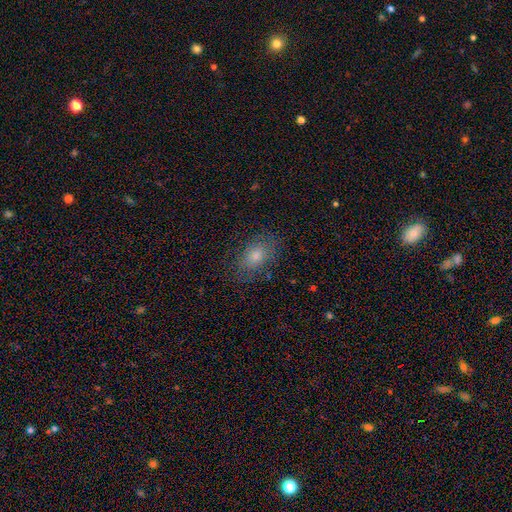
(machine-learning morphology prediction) The model was most divided on "smooth or featured": smooth: 68%, featured or disk: 19%, star or artifact: 13%. More confident: how rounded — in between (81%); merging — none (78%).